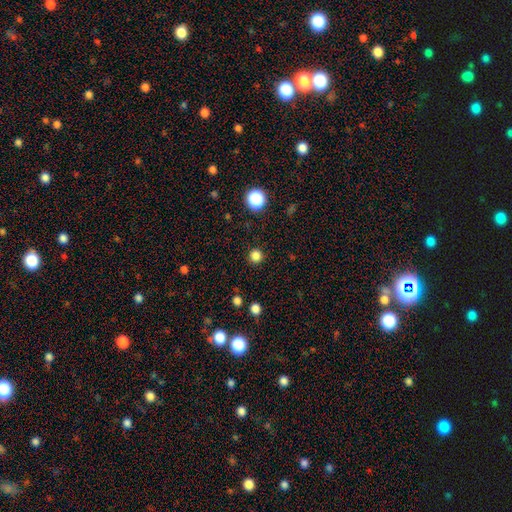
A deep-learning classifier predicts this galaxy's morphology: Smooth or featured? smooth (83%)
How rounded? round (95%)
Merging? none (92%)